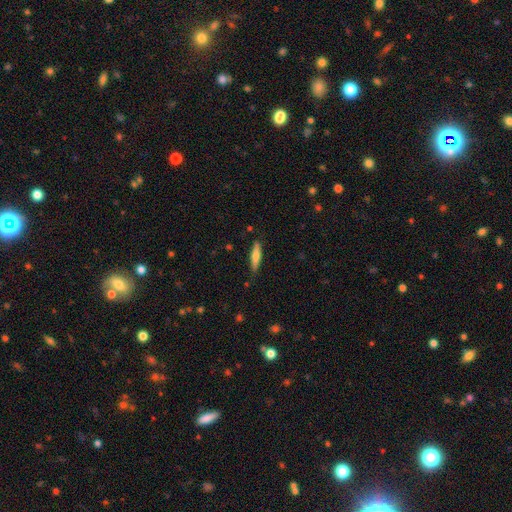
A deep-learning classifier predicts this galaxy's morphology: Smooth or featured? Predicted: smooth (p=0.63). How rounded? Predicted: cigar-shaped (p=0.82). Merging? Predicted: none (p=0.84).